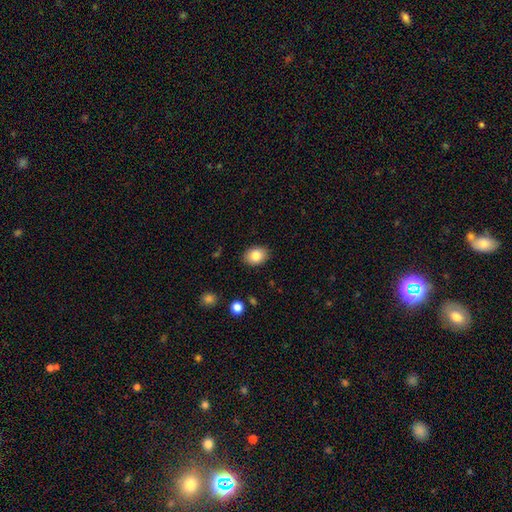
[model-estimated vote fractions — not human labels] Smooth or featured? Predicted: smooth (p=0.84). How rounded? Predicted: in between (p=0.67). Merging? Predicted: none (p=0.88).